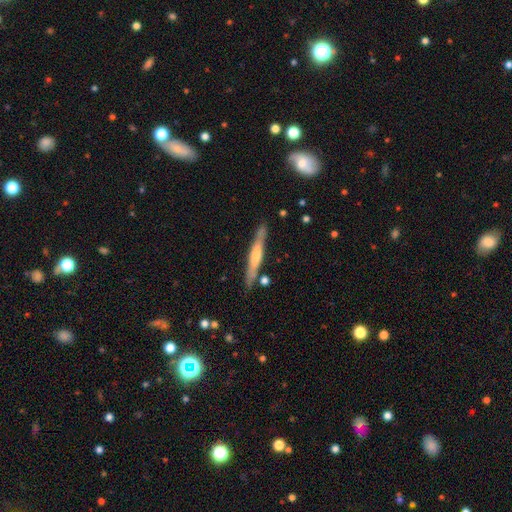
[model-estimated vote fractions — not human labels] A featured or disk galaxy (59%) viewed edge-on (94%) with a rounded central bulge (56%). Merging: none (83%).